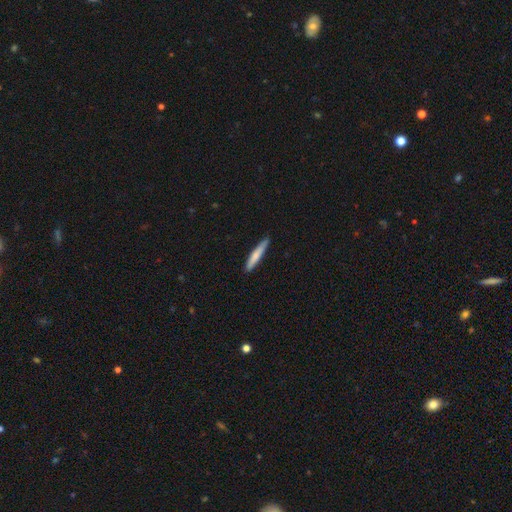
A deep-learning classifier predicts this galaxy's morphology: Smooth or featured? Predicted: smooth (p=0.73). How rounded? Predicted: cigar-shaped (p=0.94). Merging? Predicted: none (p=0.88).